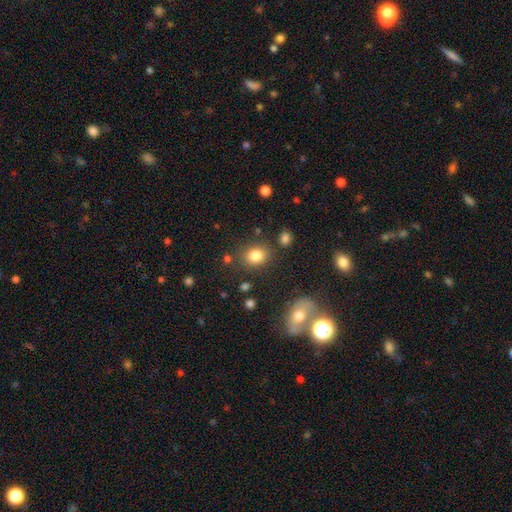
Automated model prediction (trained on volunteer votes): smooth 82%, star or artifact 11%, featured or disk 7%. Down the decision tree: how rounded — round (52%); merging — none (79%).